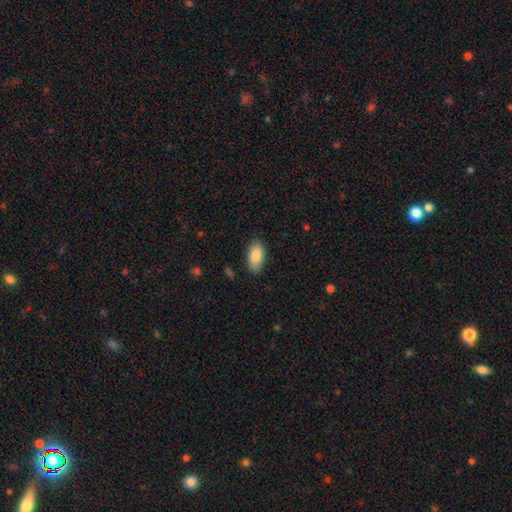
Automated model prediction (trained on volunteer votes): The model was most divided on "merging": none: 86%, minor disturbance: 10%, major disturbance: 3%, merger: 1%. More confident: how rounded — in between (92%); smooth or featured — smooth (88%).